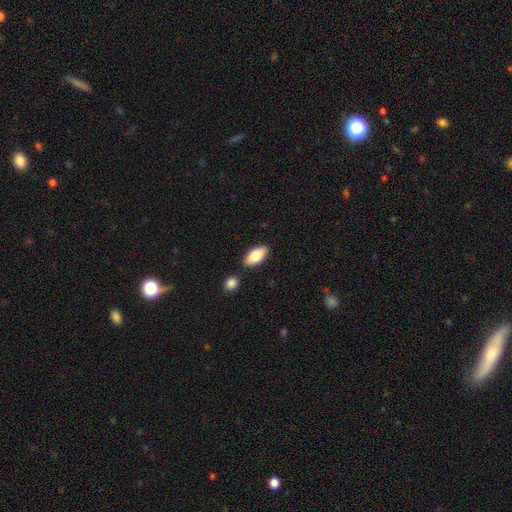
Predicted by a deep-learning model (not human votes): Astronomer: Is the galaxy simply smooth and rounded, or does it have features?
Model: smooth — 81%.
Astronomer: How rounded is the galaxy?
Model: in between — 91%.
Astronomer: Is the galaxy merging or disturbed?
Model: none — 84%.